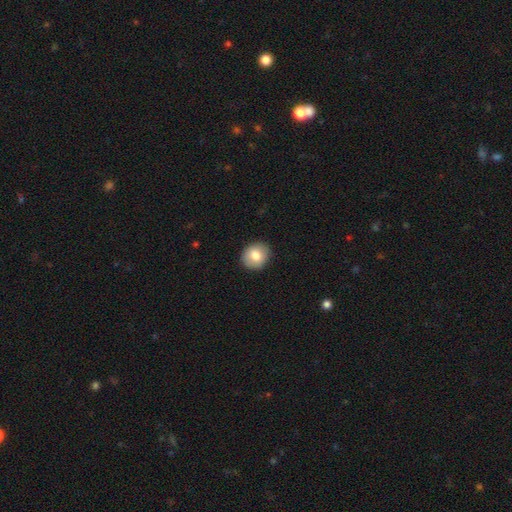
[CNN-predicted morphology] Smooth or featured? smooth (78%)
How rounded? round (76%)
Merging? none (90%)